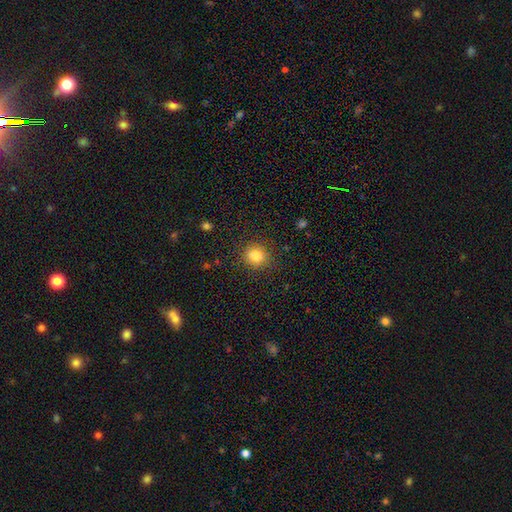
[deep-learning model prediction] Q: Smooth or featured?
A: smooth (82%); runner-up: star or artifact (12%)
Q: How rounded?
A: round (87%); runner-up: in between (12%)
Q: Merging?
A: none (88%); runner-up: minor disturbance (8%)